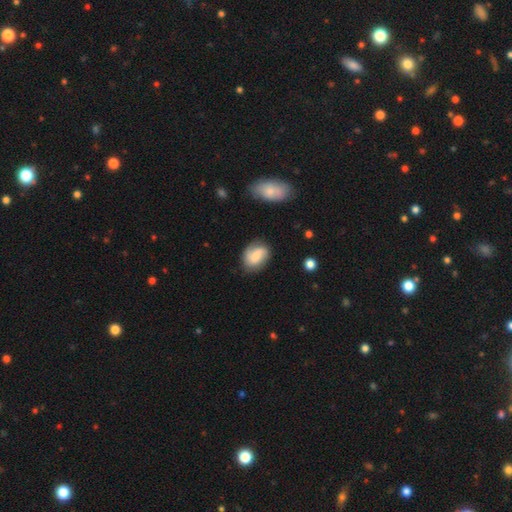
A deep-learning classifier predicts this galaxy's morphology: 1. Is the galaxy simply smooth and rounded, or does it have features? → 54% smooth, 38% featured or disk, 8% star or artifact.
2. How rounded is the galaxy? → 71% in between, 28% round, 2% cigar-shaped.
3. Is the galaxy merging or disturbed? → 71% none, 20% minor disturbance, 6% major disturbance, 2% merger.